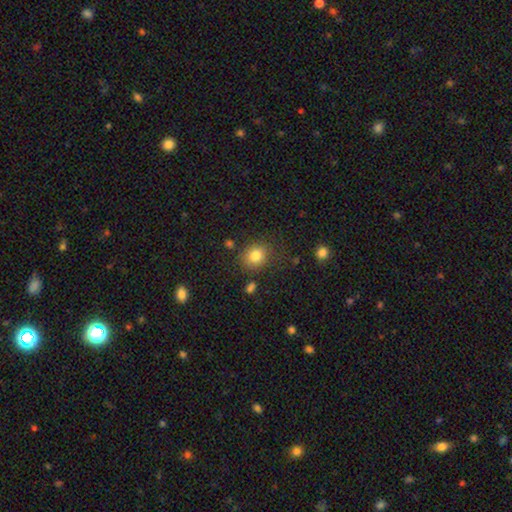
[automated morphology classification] This is clearly a smooth galaxy (82%). How rounded: likely round (70%). Merging: likely none (80%).